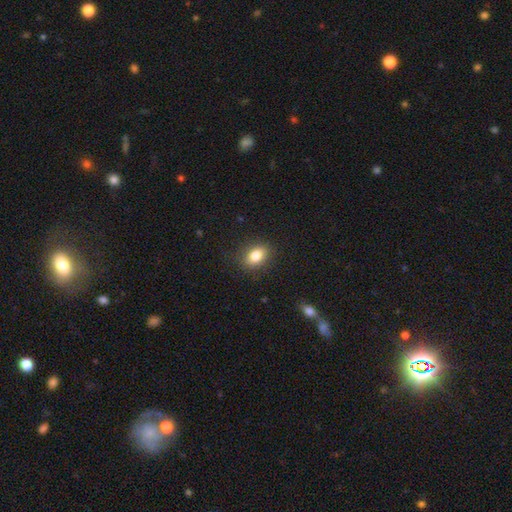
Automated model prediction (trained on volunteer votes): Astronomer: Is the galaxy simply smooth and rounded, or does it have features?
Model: smooth — 82%.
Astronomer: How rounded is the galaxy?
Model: in between — 75%.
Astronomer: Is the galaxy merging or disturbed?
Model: none — 86%.